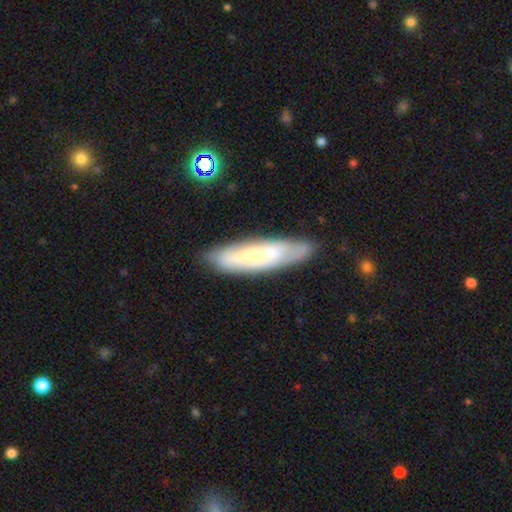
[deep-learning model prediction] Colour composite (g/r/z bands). It shows a featured or disk galaxy (48%). Merging: none (76%).